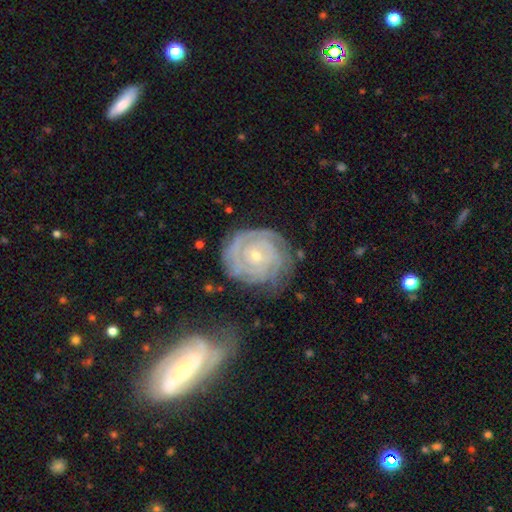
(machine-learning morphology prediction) A featured or disk galaxy (87%) with no bar (77%), tight (86%) spiral arms (97%) and a small central bulge (74%). Merging: none (68%).